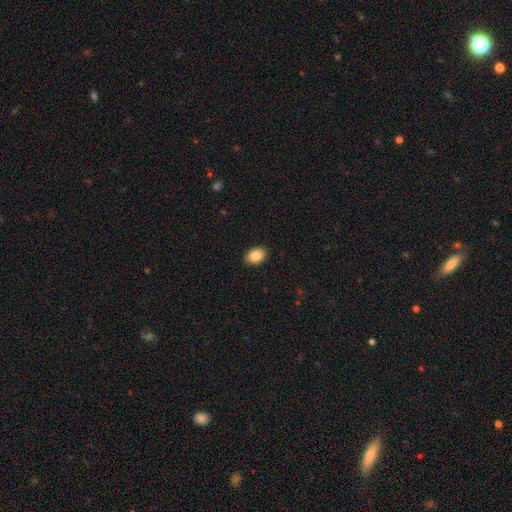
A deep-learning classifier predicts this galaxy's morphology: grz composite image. It shows a smooth galaxy with no disk features (88%) that is in between round and cigar-shaped (85%). Merging: none (89%).